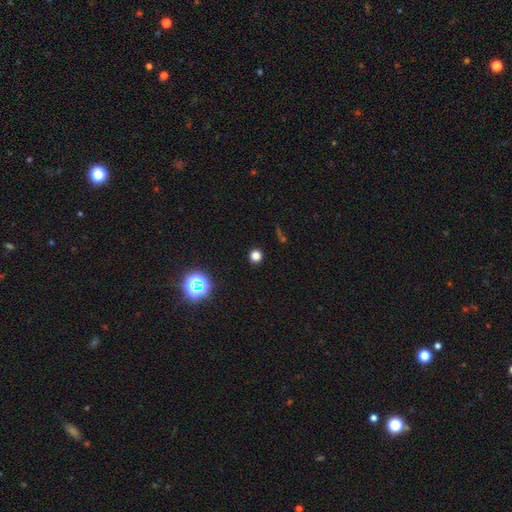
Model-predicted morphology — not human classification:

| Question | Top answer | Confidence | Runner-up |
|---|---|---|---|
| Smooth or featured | smooth | 76% | star or artifact (20%) |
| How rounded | round | 93% | in between (6%) |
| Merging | none | 91% | minor disturbance (5%) |